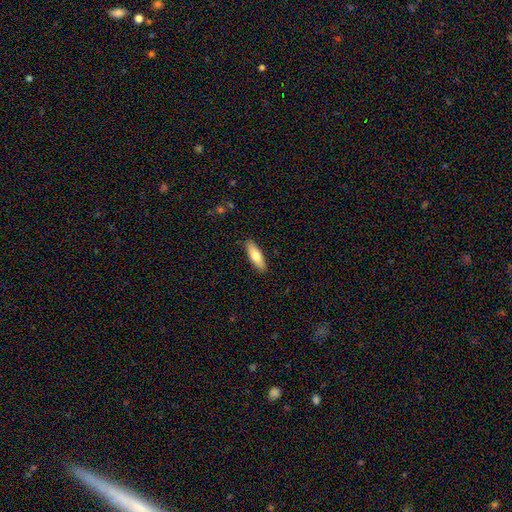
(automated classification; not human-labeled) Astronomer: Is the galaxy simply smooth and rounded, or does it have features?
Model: smooth — 74%.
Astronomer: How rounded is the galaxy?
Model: in between — 52% (runner-up: cigar-shaped, 47%).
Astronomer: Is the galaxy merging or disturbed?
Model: none — 89%.